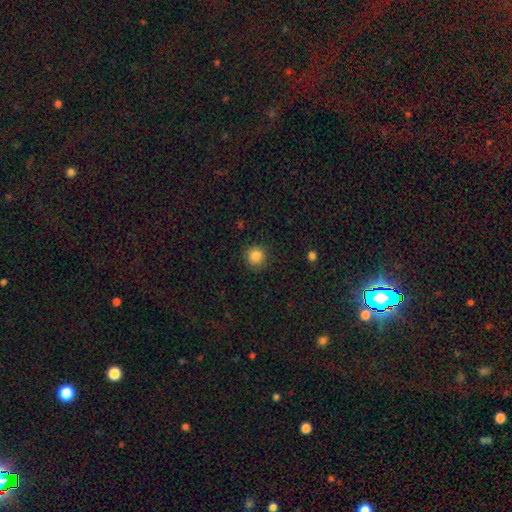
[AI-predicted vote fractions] Smooth or featured: smooth — 86% (star or artifact — 10%)
How rounded: round — 93% (in between — 6%)
Merging: none — 90% (minor disturbance — 7%)